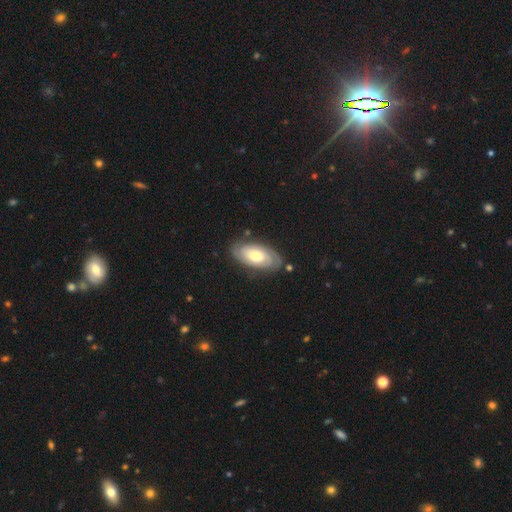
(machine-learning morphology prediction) This appears to be a featured or disk galaxy (66%) with no bar (72%), 2 (62%) tight (69%) spiral arms (85%) and a moderate central bulge (66%). Merging: none (79%).